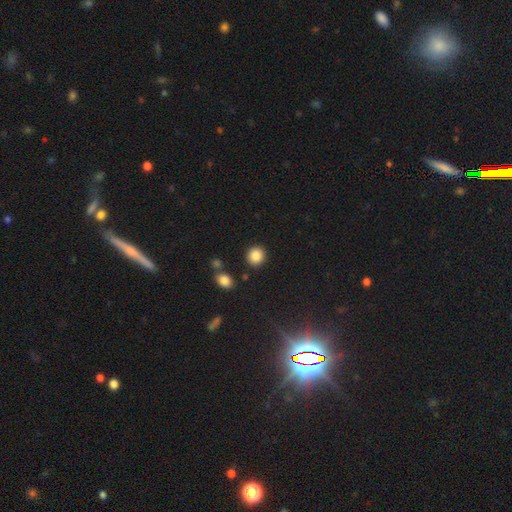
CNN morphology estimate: Smooth or featured? smooth (87%)
How rounded? round (89%)
Merging? none (88%)